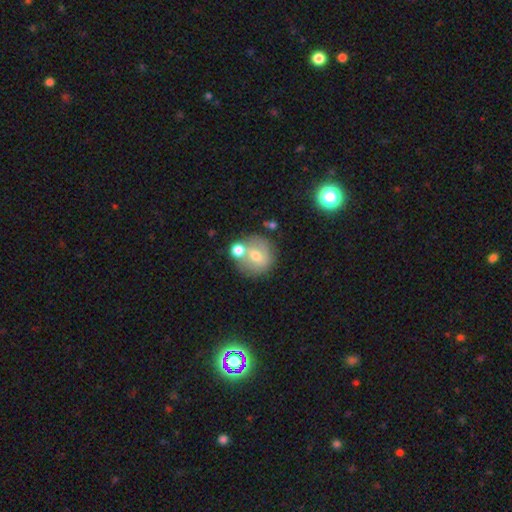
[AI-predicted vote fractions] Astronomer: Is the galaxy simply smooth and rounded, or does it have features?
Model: smooth — 58% (runner-up: featured or disk, 33%).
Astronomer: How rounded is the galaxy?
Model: round — 88%.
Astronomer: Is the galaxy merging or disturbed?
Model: none — 51% (runner-up: merger, 31%).